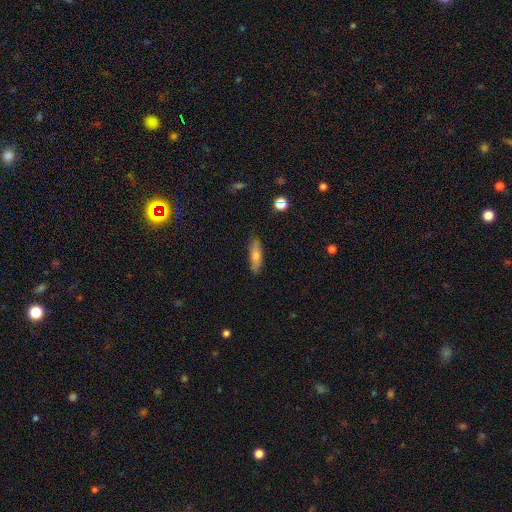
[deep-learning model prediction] A smooth galaxy with no disk features (71%) that is cigar-shaped (57%).

Vote fractions:
- Smooth or featured? smooth: 71% / featured or disk: 22% / star or artifact: 7%
- How rounded? cigar-shaped: 57% / in between: 41% / round: 2%
- Merging? none: 83% / minor disturbance: 13% / major disturbance: 2% / merger: 1%